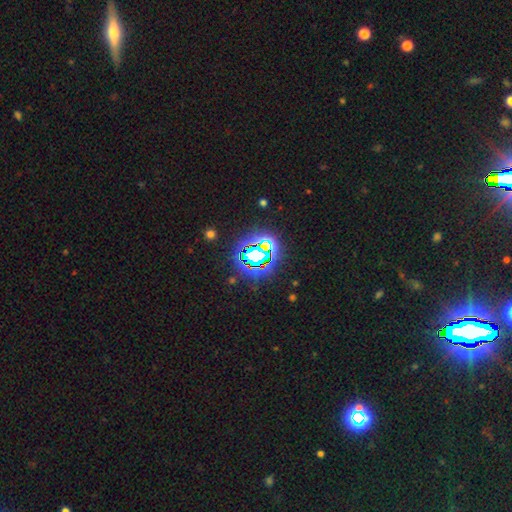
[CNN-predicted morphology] Overall: star or artifact (73%).